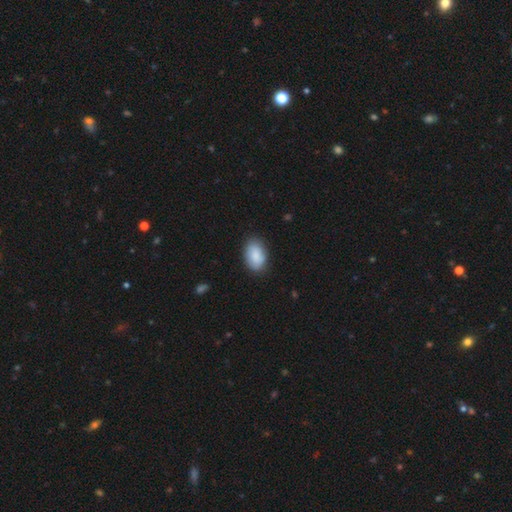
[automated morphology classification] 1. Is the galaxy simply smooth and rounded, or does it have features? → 88% smooth, 6% featured or disk, 6% star or artifact.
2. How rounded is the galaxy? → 91% in between, 8% round, 1% cigar-shaped.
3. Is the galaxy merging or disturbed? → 82% none, 14% minor disturbance, 3% major disturbance, 1% merger.